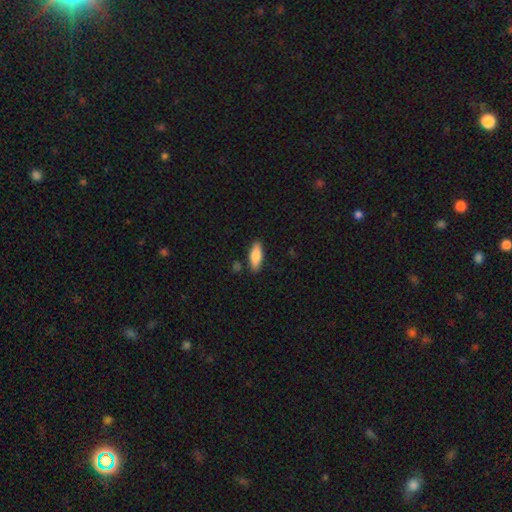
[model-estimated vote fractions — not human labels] Morphology: type=smooth (79%); roundness=in between (65%); merging=none (84%).